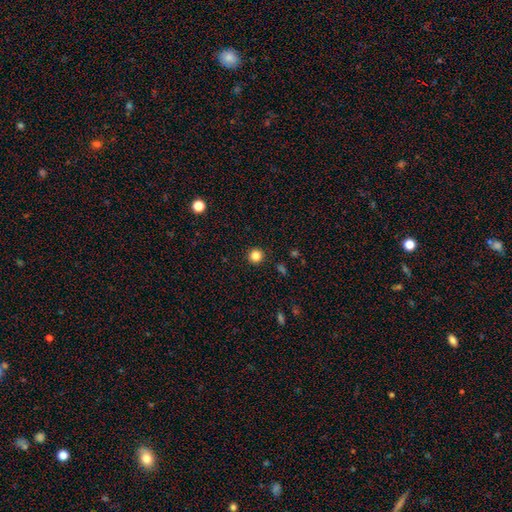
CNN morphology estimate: This appears to be a smooth galaxy with no disk features (83%) that is round (95%). Merging: none (92%).